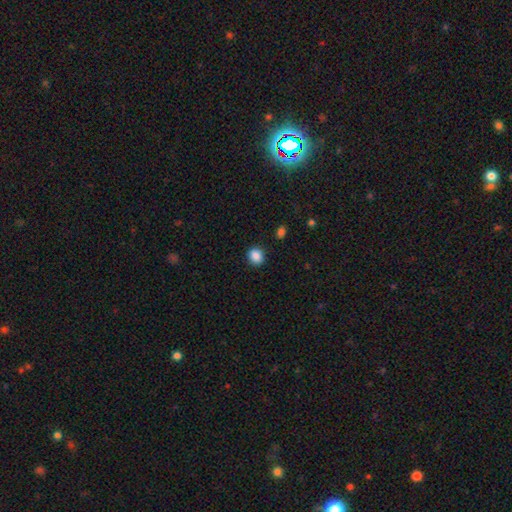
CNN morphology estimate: smooth-or-featured: smooth: 87% | star or artifact: 9% | featured or disk: 3%
  how-rounded: round: 76% | in between: 23% | cigar-shaped: 1%
  merging: none: 89% | minor disturbance: 7% | major disturbance: 2% | merger: 1%